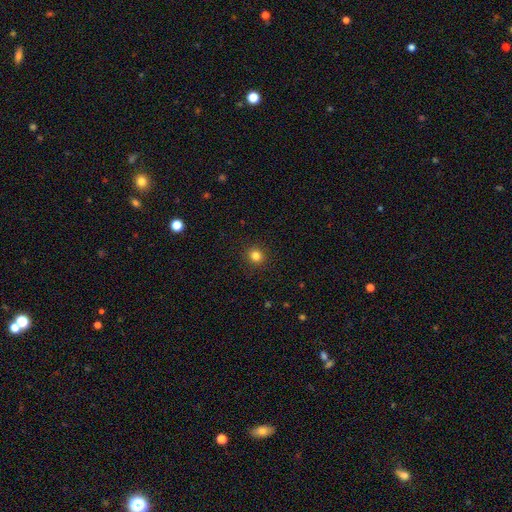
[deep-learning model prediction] This is clearly a smooth galaxy (82%). How rounded: clearly round (90%). Merging: clearly none (91%).